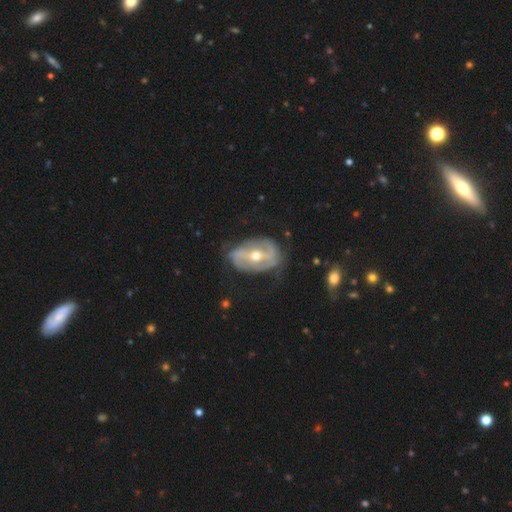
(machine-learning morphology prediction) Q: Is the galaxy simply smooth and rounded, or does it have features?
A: featured or disk — 81%.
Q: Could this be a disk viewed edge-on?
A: no — 95%.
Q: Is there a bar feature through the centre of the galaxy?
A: strong — 46%.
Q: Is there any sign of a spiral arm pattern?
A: yes — 81%.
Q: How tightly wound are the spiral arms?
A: medium — 38%.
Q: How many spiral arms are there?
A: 2 — 66%.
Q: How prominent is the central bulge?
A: moderate — 66%.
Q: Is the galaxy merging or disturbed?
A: none — 63%.